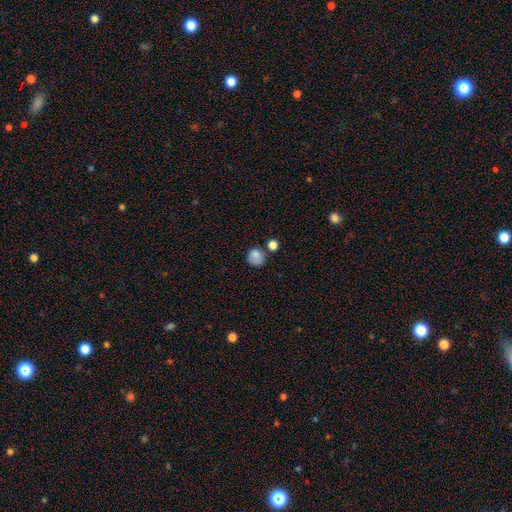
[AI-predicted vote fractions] smooth-or-featured: smooth: 81% | star or artifact: 10% | featured or disk: 9%
  how-rounded: round: 86% | in between: 13% | cigar-shaped: 1%
  merging: none: 62% | minor disturbance: 18% | merger: 15% | major disturbance: 6%